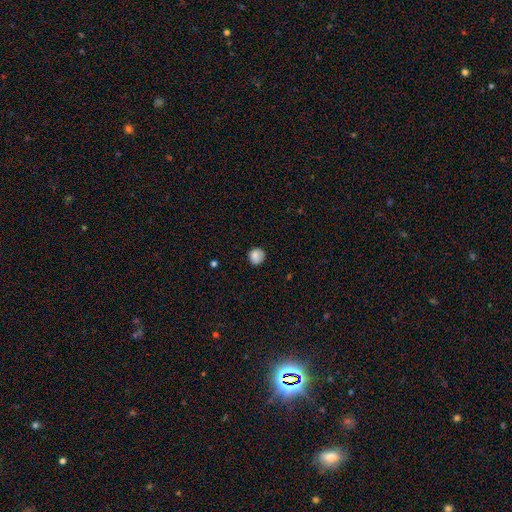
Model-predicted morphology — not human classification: A smooth galaxy with no disk features (81%) that is round (86%). Merging: none (77%).